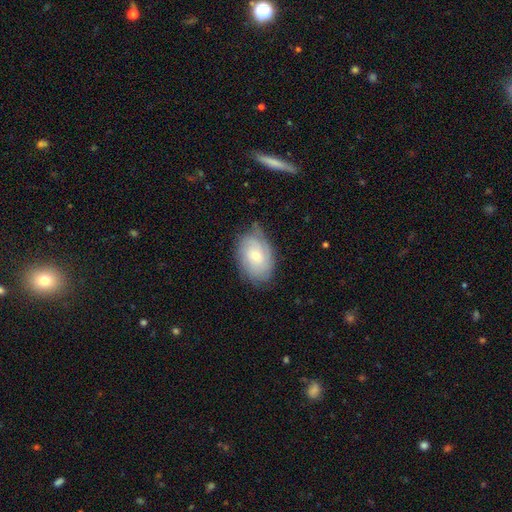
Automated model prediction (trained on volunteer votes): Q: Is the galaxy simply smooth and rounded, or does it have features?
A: featured or disk — 51%.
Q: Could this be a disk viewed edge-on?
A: no — 95%.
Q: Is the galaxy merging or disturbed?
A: none — 68%.